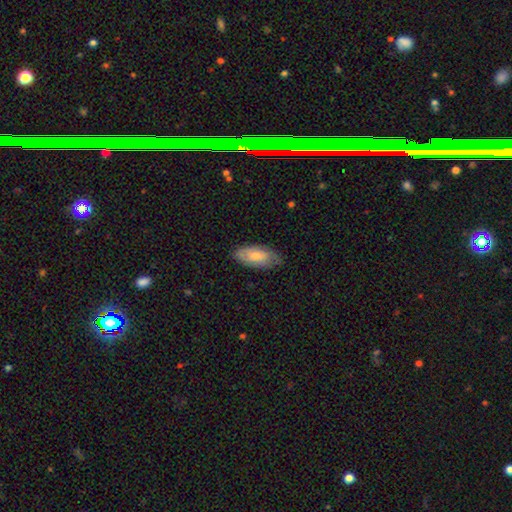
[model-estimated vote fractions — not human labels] Morphology: type=smooth (68%); roundness=in between (88%); merging=none (74%).